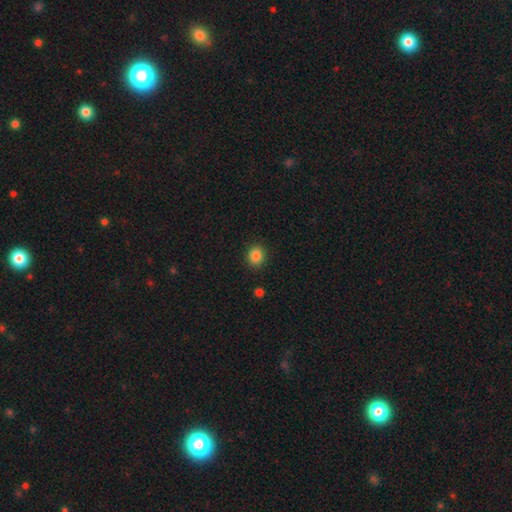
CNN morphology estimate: Overall: smooth (86%). How rounded: round (69%; in between 30%). Merging: none (90%).